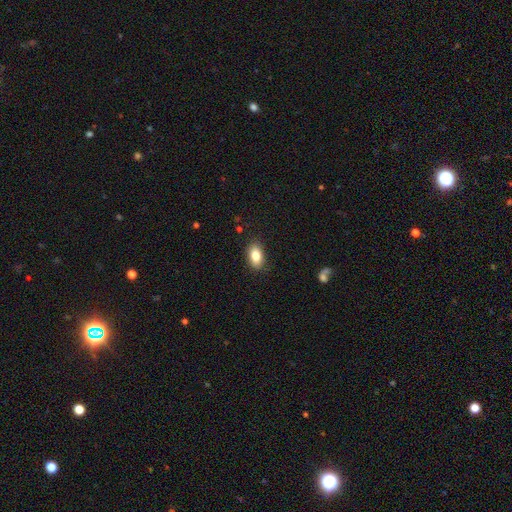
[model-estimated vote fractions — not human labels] Smooth or featured? smooth (83%)
How rounded? in between (90%)
Merging? none (87%)